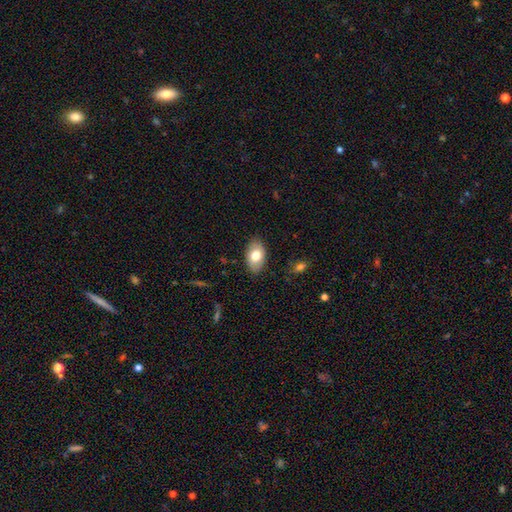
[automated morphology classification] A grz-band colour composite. It shows a smooth galaxy with no disk features (74%) that is in between round and cigar-shaped (92%). Merging: none (86%).